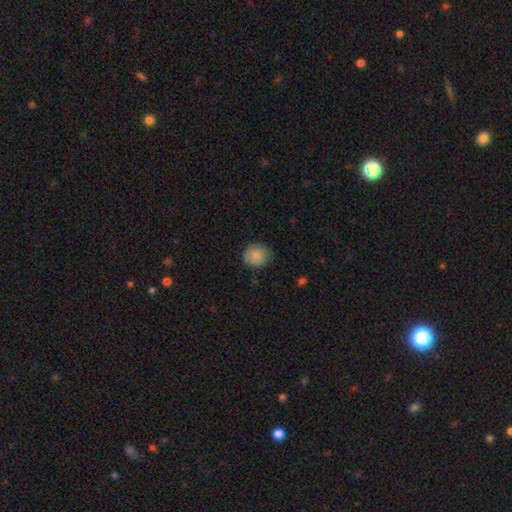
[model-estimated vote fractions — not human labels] A smooth galaxy with no disk features (86%) that is round (80%). Merging: none (80%).